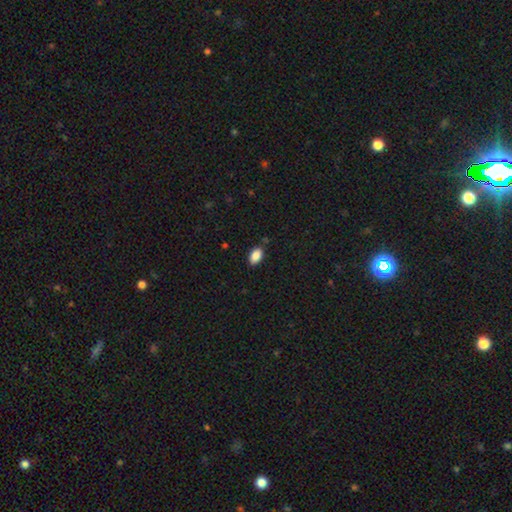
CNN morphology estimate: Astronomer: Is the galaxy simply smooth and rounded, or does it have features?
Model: smooth — 88%.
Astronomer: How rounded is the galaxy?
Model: in between — 93%.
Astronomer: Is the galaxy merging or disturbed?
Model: none — 85%.